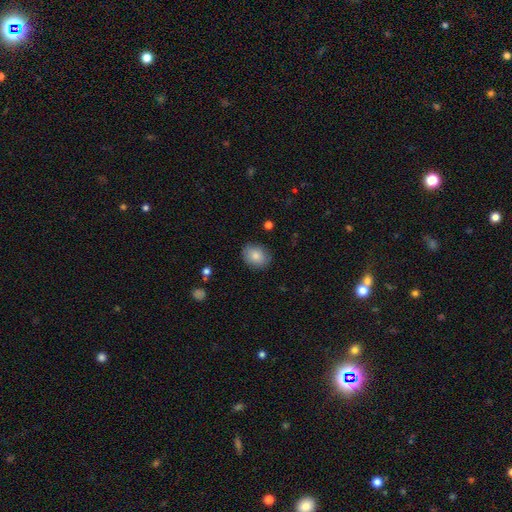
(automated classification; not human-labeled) Smooth or featured? smooth (83%)
How rounded? in between (53%)
Merging? none (83%)